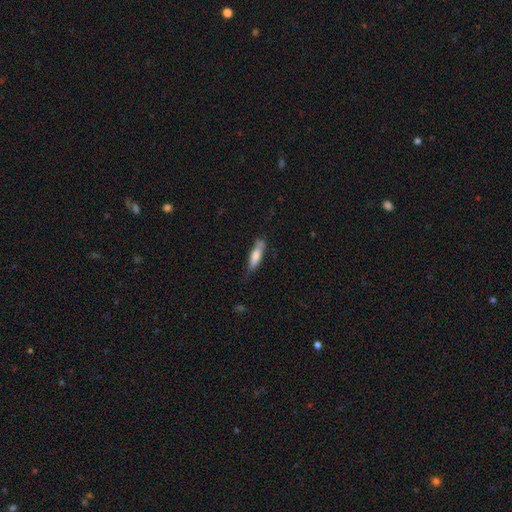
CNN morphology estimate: A smooth galaxy with no disk features (75%) that is cigar-shaped (69%). Merging: none (66%).